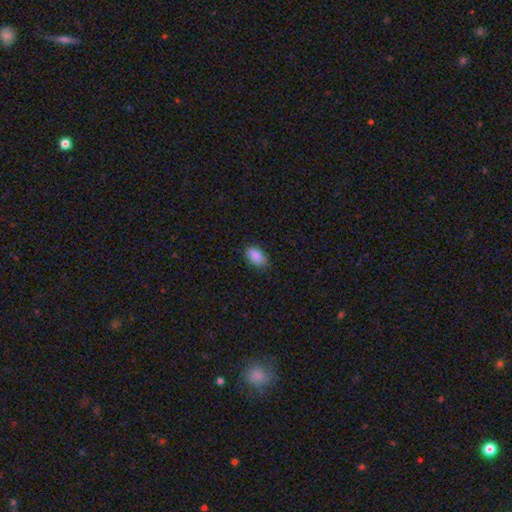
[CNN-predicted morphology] Smooth or featured: smooth — 90% (star or artifact — 7%)
How rounded: in between — 93% (round — 5%)
Merging: none — 81% (minor disturbance — 16%)